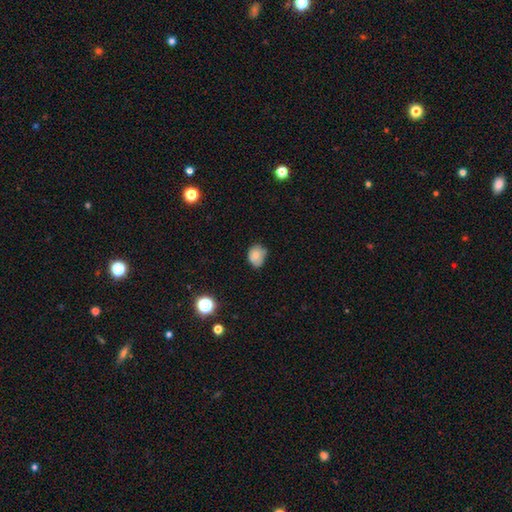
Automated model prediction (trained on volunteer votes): A smooth galaxy with no disk features (76%) that is round (53%). Merging: none (54%).